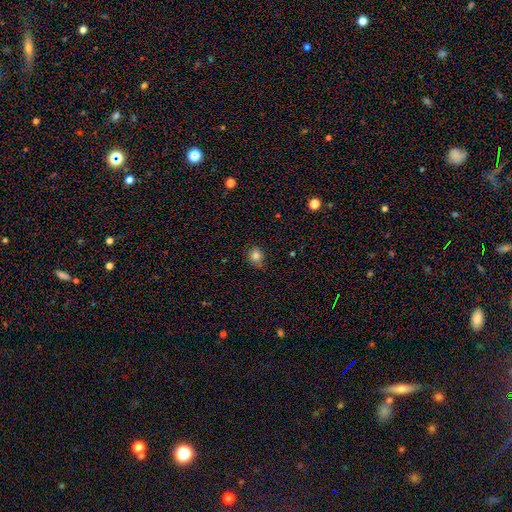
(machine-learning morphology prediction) Smooth or featured: smooth — 82% (star or artifact — 12%)
How rounded: round — 78% (in between — 21%)
Merging: none — 76% (minor disturbance — 20%)